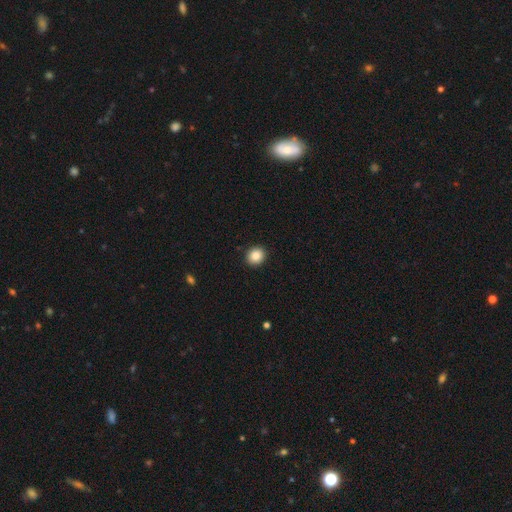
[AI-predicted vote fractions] Overall: smooth (86%). How rounded: round (84%). Merging: none (92%).